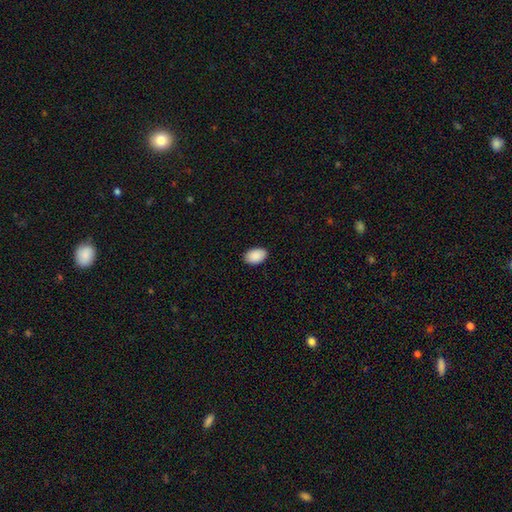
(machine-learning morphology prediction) smooth-or-featured: smooth: 91% | star or artifact: 6% | featured or disk: 3%
  how-rounded: in between: 90% | round: 9% | cigar-shaped: 1%
  merging: none: 89% | minor disturbance: 8% | major disturbance: 2% | merger: 1%